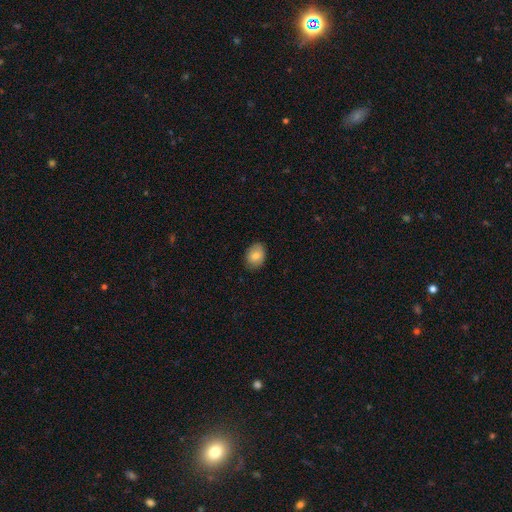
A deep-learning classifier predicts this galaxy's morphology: The model was most divided on "how rounded": in between: 70%, round: 29%, cigar-shaped: 1%. More confident: merging — none (83%); smooth or featured — smooth (81%).